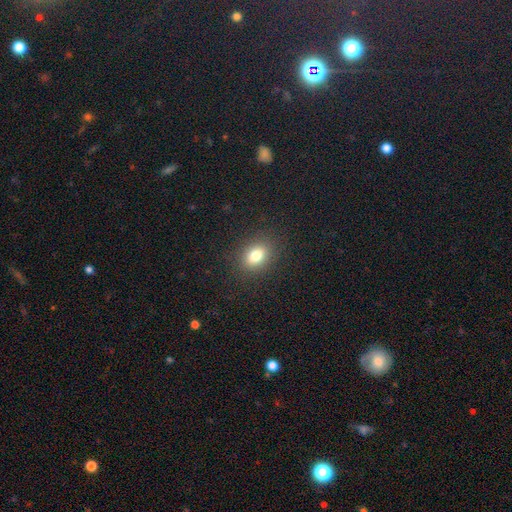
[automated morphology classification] smooth 80%, star or artifact 12%, featured or disk 9%. Down the decision tree: how rounded — in between (69%); merging — none (87%).